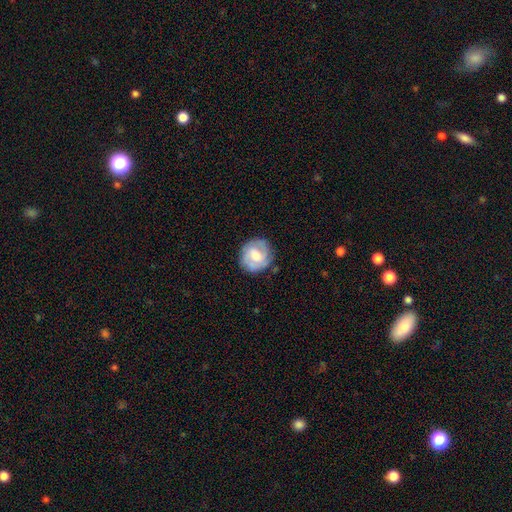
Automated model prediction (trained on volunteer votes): smooth-or-featured: featured or disk: 61% | smooth: 33% | star or artifact: 6%
  disk-edge-on: no: 97% | yes: 3%
    bar: weak: 48% | no: 39% | strong: 13%
    has-spiral-arms: yes: 79% | no: 21%
    bulge-size: moderate: 65% | small: 18% | large: 13% | none: 2% | dominant: 1%
  merging: none: 78% | minor disturbance: 16% | major disturbance: 5% | merger: 1%